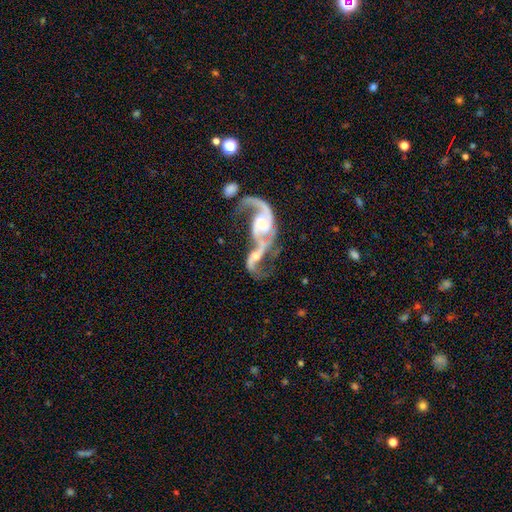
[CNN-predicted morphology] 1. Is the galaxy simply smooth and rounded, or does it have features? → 84% featured or disk, 9% smooth, 7% star or artifact.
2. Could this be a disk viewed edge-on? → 96% no, 4% yes.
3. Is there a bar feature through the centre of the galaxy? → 58% no, 31% weak, 11% strong.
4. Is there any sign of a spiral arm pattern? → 88% yes, 12% no.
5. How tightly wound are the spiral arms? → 61% loose, 29% medium, 10% tight.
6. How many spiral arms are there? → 64% 2, 18% 1, 10% can't tell, 4% 3, 2% 4, 2% more than 4.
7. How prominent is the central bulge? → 44% moderate, 41% small, 8% none, 5% large, 2% dominant.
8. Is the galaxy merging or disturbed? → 68% merger, 17% major disturbance, 10% none, 5% minor disturbance.